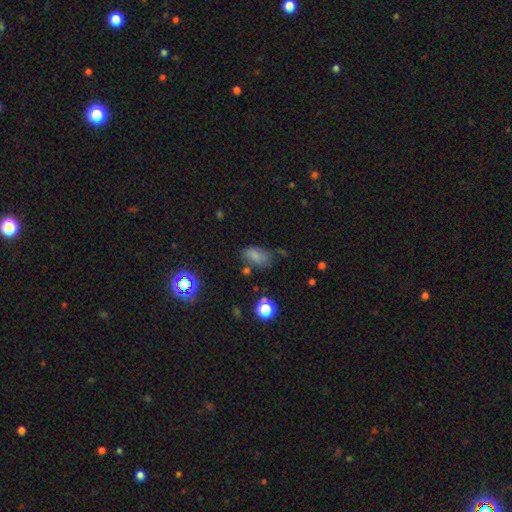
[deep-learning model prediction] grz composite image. It shows a smooth galaxy with no disk features (72%) that is in between round and cigar-shaped (87%). Merging: none (51%).